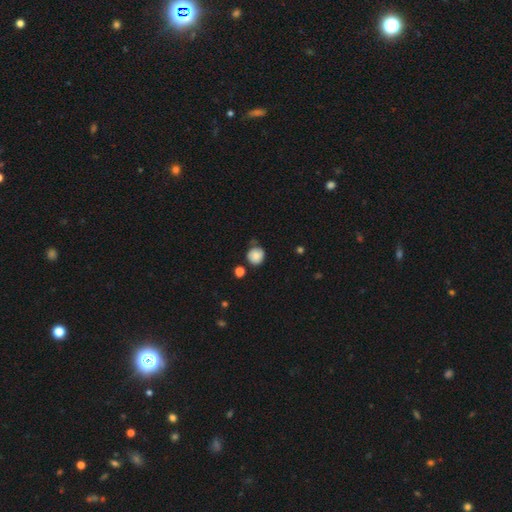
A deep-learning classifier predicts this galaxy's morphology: Smooth or featured?
  - smooth: 79% *
  - featured or disk: 12%
  - star or artifact: 9%
How rounded?
  - round: 88% *
  - in between: 12%
  - cigar-shaped: 1%
Merging?
  - none: 65% *
  - minor disturbance: 23%
  - merger: 6%
  - major disturbance: 5%